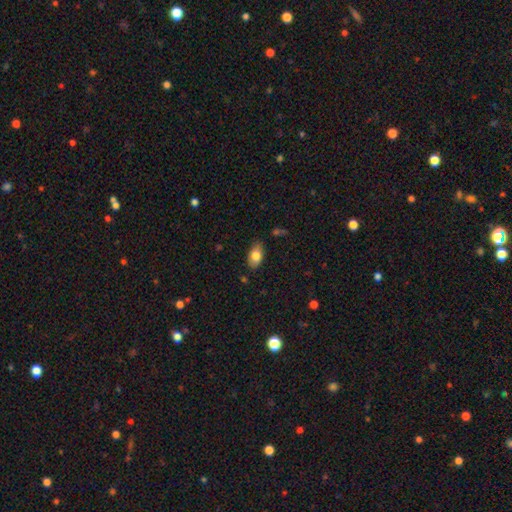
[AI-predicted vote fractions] A smooth galaxy with no disk features (80%) that is in between round and cigar-shaped (91%).

Vote fractions:
- Smooth or featured? smooth: 80% / featured or disk: 12% / star or artifact: 7%
- How rounded? in between: 91% / round: 6% / cigar-shaped: 3%
- Merging? none: 80% / minor disturbance: 15% / major disturbance: 3% / merger: 2%